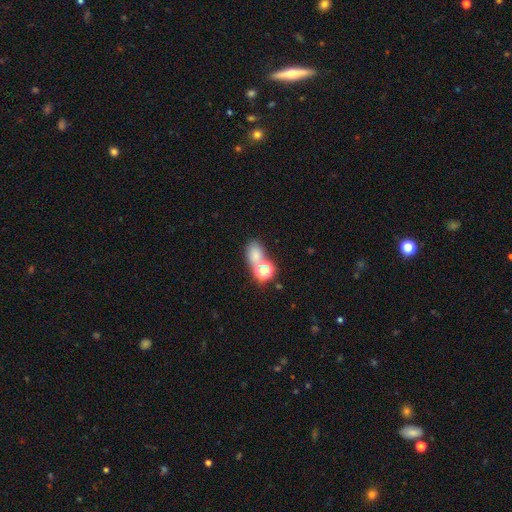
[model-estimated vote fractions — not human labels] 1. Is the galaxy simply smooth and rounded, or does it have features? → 66% smooth, 24% star or artifact, 10% featured or disk.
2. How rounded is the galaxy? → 60% in between, 38% round, 2% cigar-shaped.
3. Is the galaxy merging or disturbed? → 49% none, 34% merger, 11% minor disturbance, 6% major disturbance.